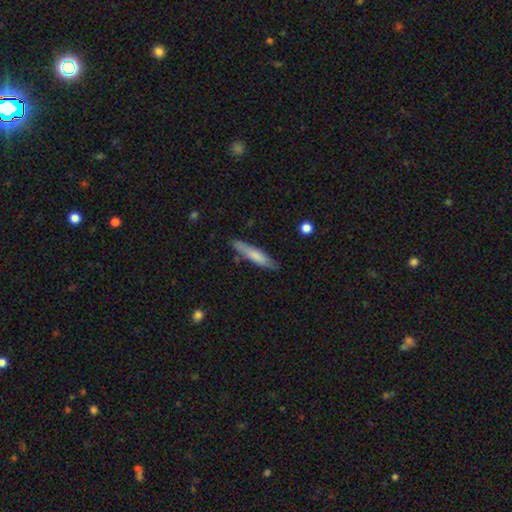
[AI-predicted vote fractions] Smooth or featured?
  - smooth: 72% *
  - featured or disk: 23%
  - star or artifact: 6%
How rounded?
  - cigar-shaped: 84% *
  - in between: 15%
  - round: 1%
Merging?
  - none: 77% *
  - minor disturbance: 16%
  - merger: 3%
  - major disturbance: 3%